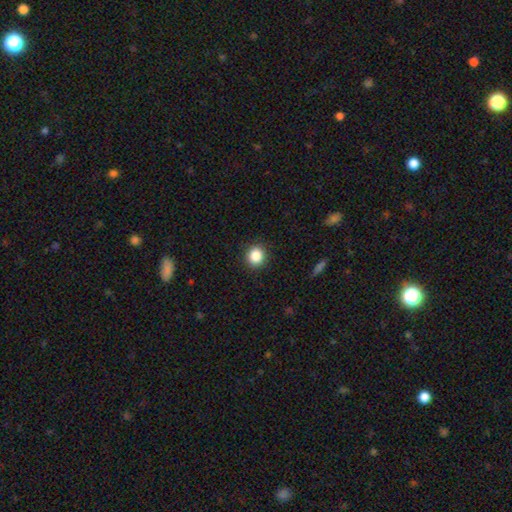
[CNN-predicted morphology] This is clearly a smooth galaxy (86%). How rounded: clearly round (88%). Merging: clearly none (91%).